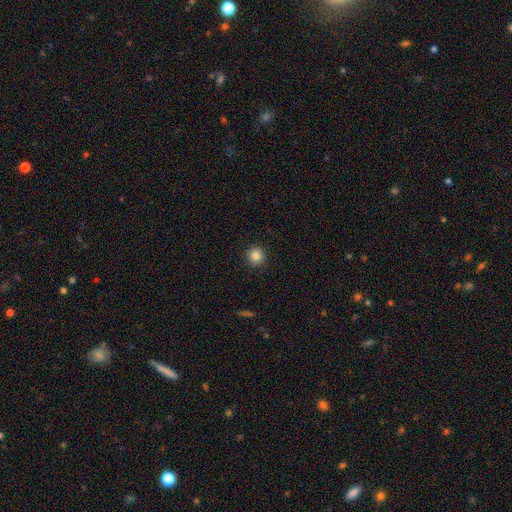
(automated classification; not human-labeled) Morphology: type=smooth (84%); roundness=round (94%); merging=none (92%).